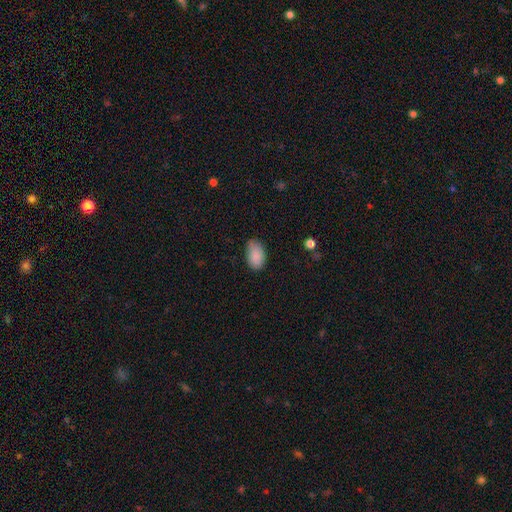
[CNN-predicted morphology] Smooth or featured? smooth (88%)
How rounded? in between (92%)
Merging? none (70%)